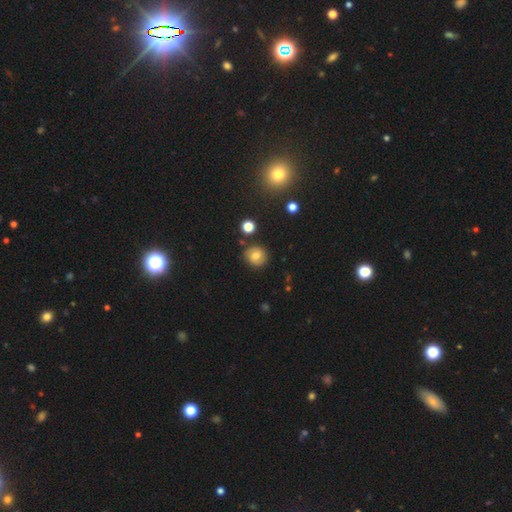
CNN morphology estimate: Overall: smooth (64%; featured or disk 24%). How rounded: round (88%). Merging: none (84%).